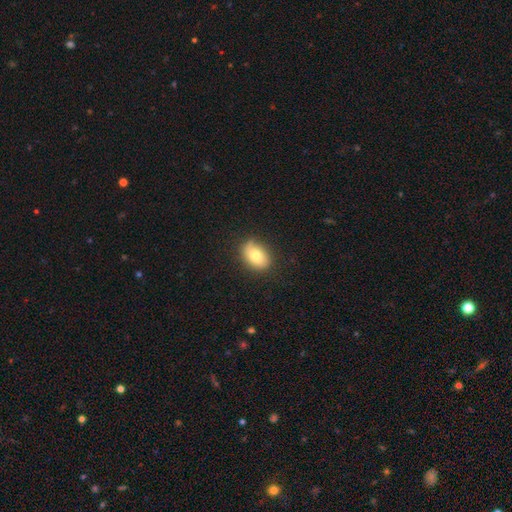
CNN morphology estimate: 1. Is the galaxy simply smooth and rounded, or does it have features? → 77% smooth, 15% featured or disk, 8% star or artifact.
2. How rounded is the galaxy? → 80% in between, 18% round, 1% cigar-shaped.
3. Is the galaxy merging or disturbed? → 78% none, 18% minor disturbance, 4% major disturbance, 1% merger.